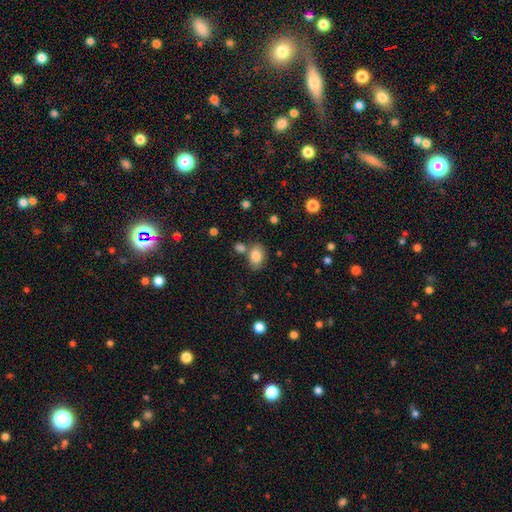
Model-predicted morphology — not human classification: smooth_or_featured: smooth (p=0.83) [alt: star or artifact p=0.09]
how_rounded: in between (p=0.76) [alt: round p=0.23]
merging: none (p=0.63) [alt: merger p=0.17]